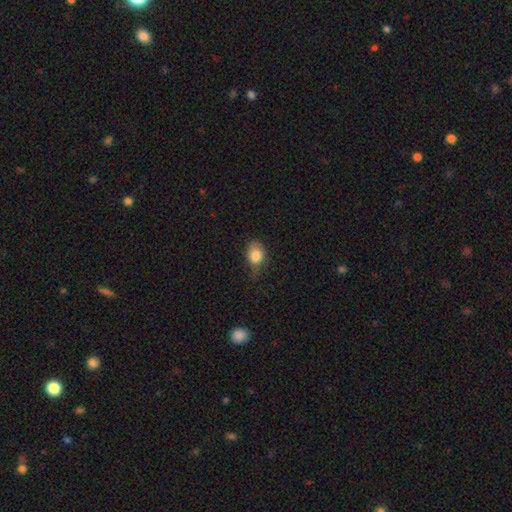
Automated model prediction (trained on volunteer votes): A smooth galaxy with no disk features (83%) that is in between round and cigar-shaped (61%).

Vote fractions:
- Smooth or featured? smooth: 83% / star or artifact: 9% / featured or disk: 8%
- How rounded? in between: 61% / round: 38% / cigar-shaped: 2%
- Merging? none: 43% / minor disturbance: 41% / major disturbance: 14% / merger: 2%